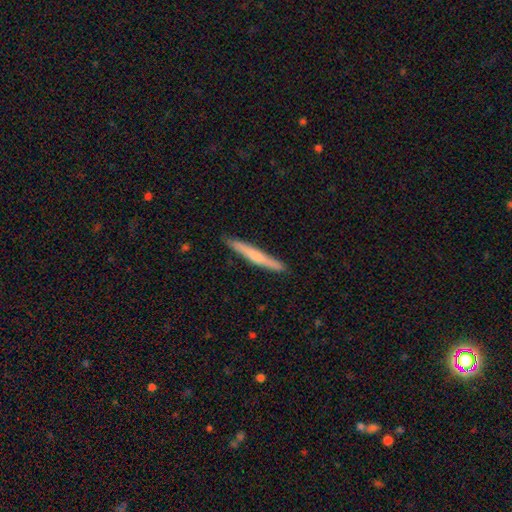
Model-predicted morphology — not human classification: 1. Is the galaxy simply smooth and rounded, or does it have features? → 55% smooth, 39% featured or disk, 5% star or artifact.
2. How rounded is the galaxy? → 96% cigar-shaped, 2% in between, 1% round.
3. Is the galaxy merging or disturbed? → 90% none, 7% minor disturbance, 1% major disturbance, 1% merger.